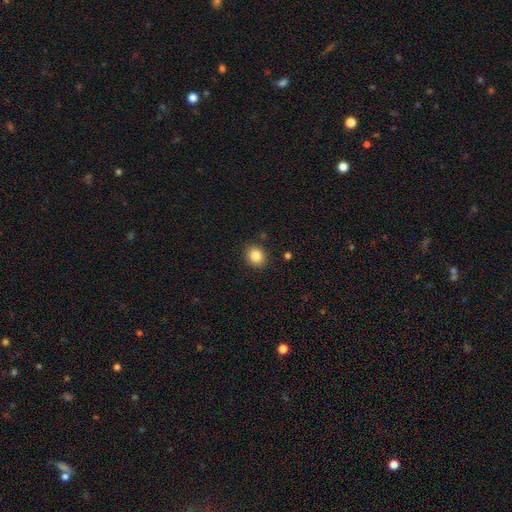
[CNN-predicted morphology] type=smooth (85%); roundness=round (74%); merging=none (88%).